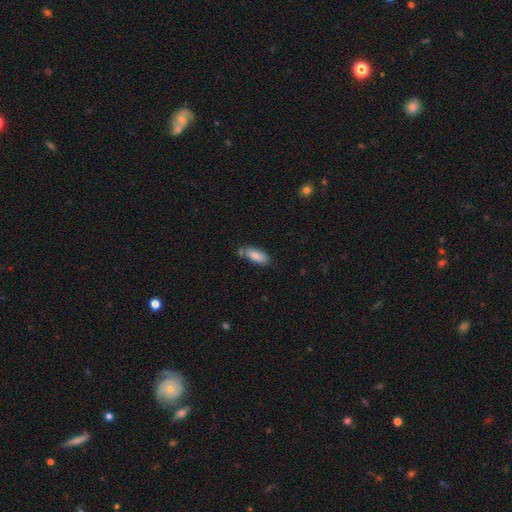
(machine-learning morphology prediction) Overall: smooth (82%). How rounded: in between (78%). Merging: none (64%).